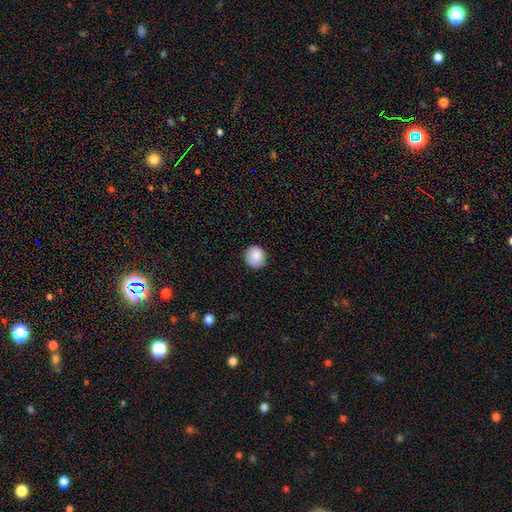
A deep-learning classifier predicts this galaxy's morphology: A smooth galaxy with no disk features (87%) that is round (89%).

Vote fractions:
- Smooth or featured? smooth: 87% / star or artifact: 8% / featured or disk: 5%
- How rounded? round: 89% / in between: 10% / cigar-shaped: 1%
- Merging? none: 86% / minor disturbance: 11% / major disturbance: 2% / merger: 1%